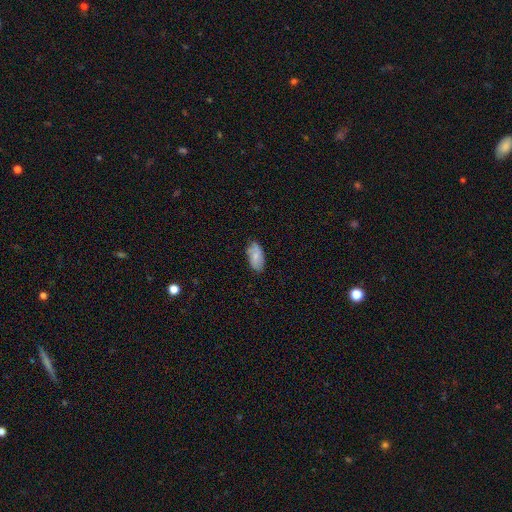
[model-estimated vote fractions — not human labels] Overall: smooth (69%). How rounded: in between (94%). Merging: none (73%).